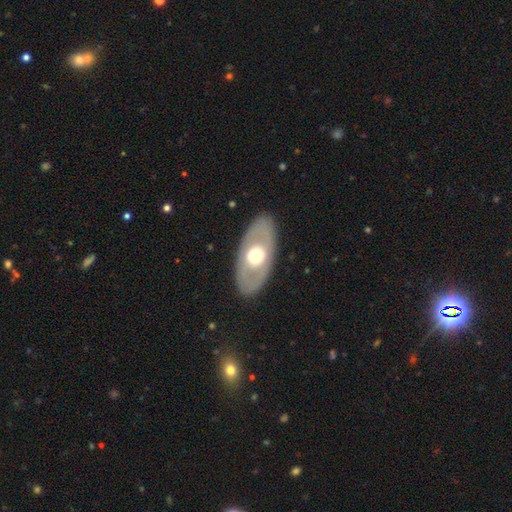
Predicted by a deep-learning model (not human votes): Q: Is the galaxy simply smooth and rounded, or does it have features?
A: featured or disk — 52%.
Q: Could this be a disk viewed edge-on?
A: no — 84%.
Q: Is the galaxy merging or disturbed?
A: none — 86%.